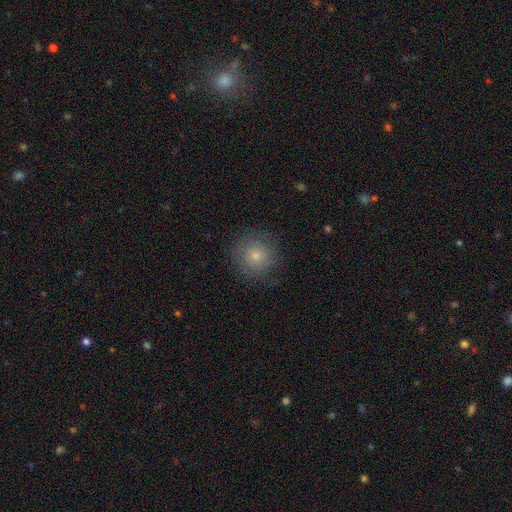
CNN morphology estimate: Smooth or featured? smooth (66%)
How rounded? round (93%)
Merging? none (83%)